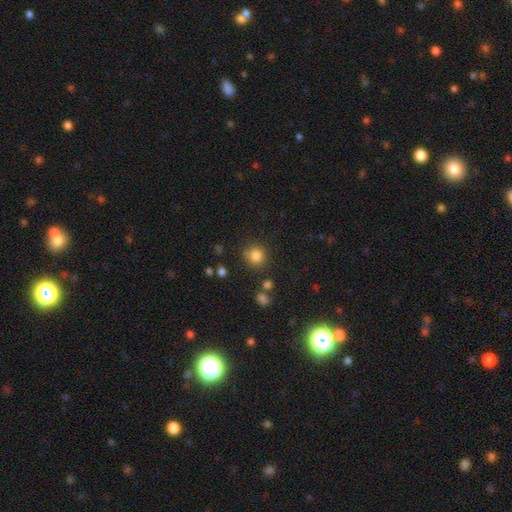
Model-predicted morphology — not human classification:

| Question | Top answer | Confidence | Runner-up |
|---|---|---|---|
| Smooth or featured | smooth | 83% | star or artifact (12%) |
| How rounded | round | 89% | in between (10%) |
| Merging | none | 79% | minor disturbance (12%) |